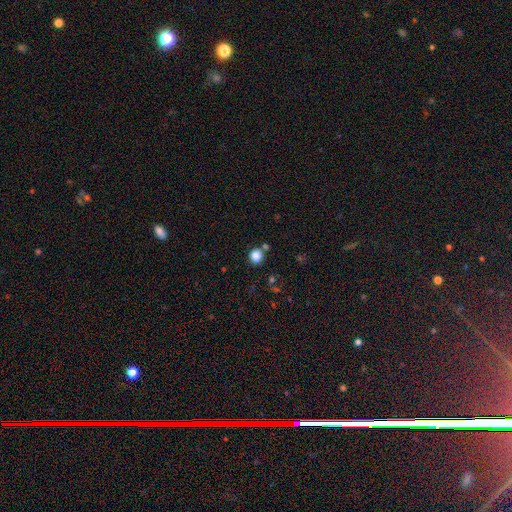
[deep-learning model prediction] Smooth or featured? Predicted: smooth (p=0.84). How rounded? Predicted: round (p=0.90). Merging? Predicted: none (p=0.78).